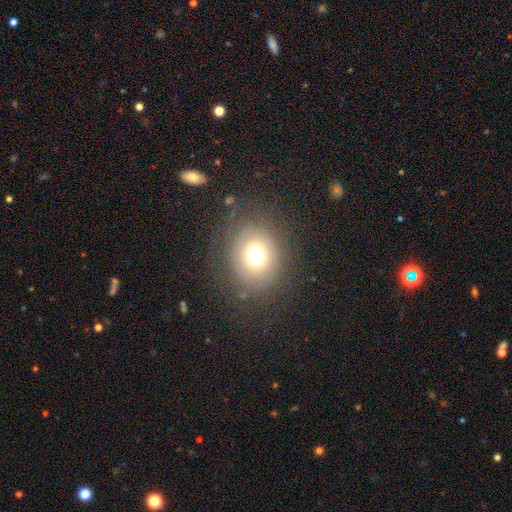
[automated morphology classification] Smooth or featured: smooth — 66% (featured or disk — 18%)
How rounded: round — 74% (in between — 25%)
Merging: none — 77% (minor disturbance — 12%)